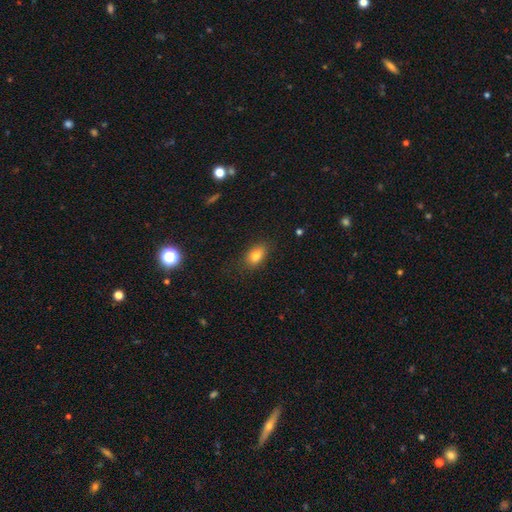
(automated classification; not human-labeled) Smooth or featured: smooth — 80% (star or artifact — 10%)
How rounded: in between — 82% (round — 15%)
Merging: none — 81% (minor disturbance — 15%)